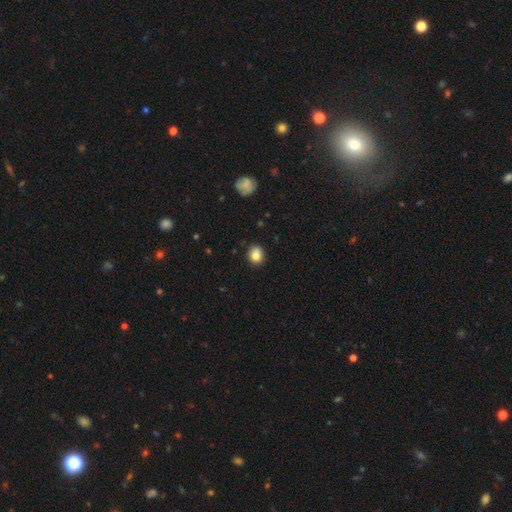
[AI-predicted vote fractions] A smooth galaxy with no disk features (82%) that is round (71%). Merging: none (81%).